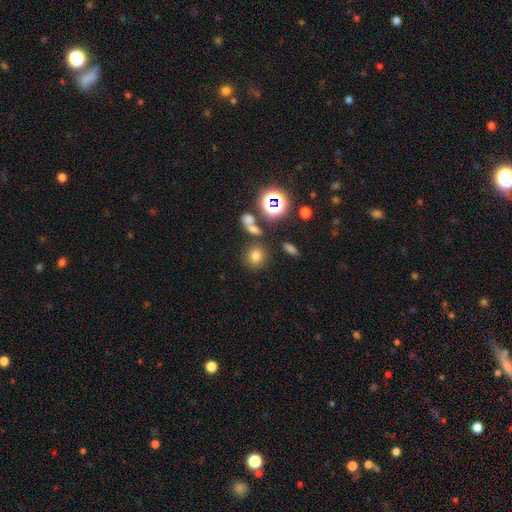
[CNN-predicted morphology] Q: Smooth or featured?
A: smooth (71%); runner-up: star or artifact (21%)
Q: How rounded?
A: round (81%); runner-up: in between (17%)
Q: Merging?
A: none (74%); runner-up: merger (12%)